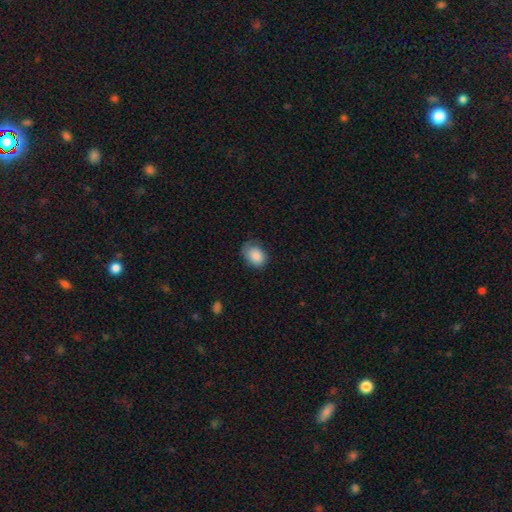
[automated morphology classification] A smooth galaxy with no disk features (86%) that is in between round and cigar-shaped (69%). Merging: none (62%).